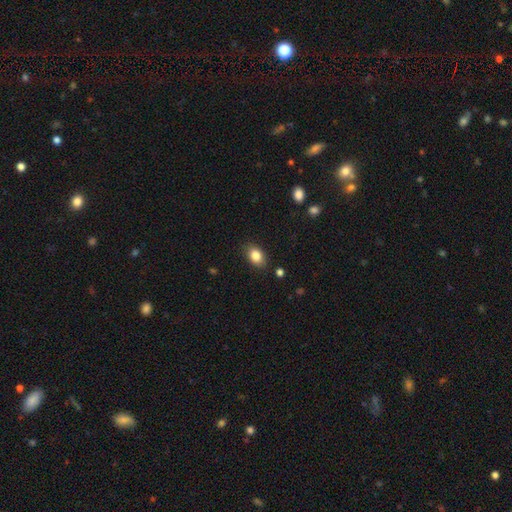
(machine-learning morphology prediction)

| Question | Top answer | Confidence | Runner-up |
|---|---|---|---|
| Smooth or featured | smooth | 85% | star or artifact (8%) |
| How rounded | in between | 81% | round (17%) |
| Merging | none | 84% | minor disturbance (12%) |